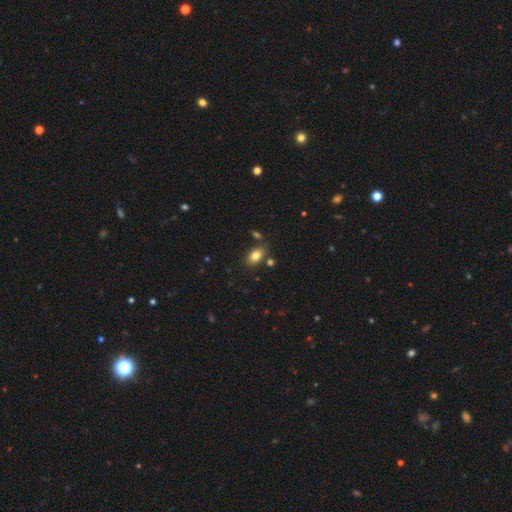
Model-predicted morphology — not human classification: This appears to be a smooth galaxy with no disk features (81%) that is in between round and cigar-shaped (89%). Merging: none (76%).